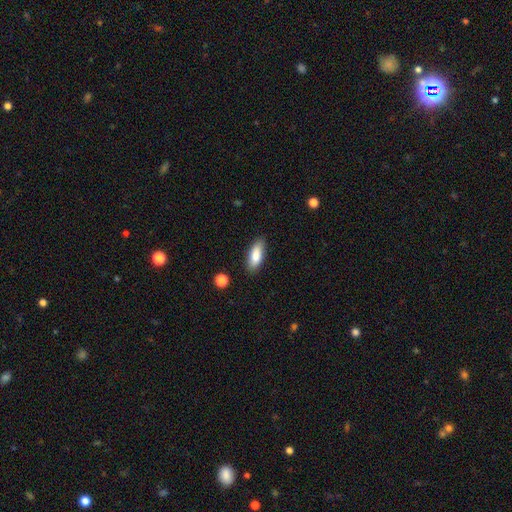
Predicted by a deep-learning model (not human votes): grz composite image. It shows a smooth galaxy with no disk features (83%) that is in between round and cigar-shaped (75%). Merging: none (87%).